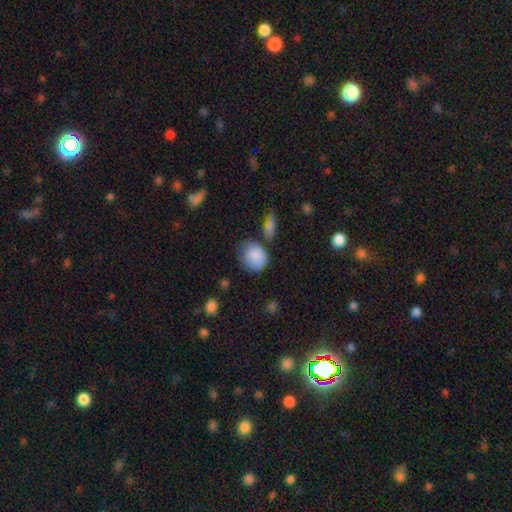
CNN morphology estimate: smooth-or-featured: smooth: 85% | featured or disk: 8% | star or artifact: 7%
  how-rounded: round: 53% | in between: 46% | cigar-shaped: 1%
  merging: none: 53% | minor disturbance: 30% | major disturbance: 9% | merger: 8%